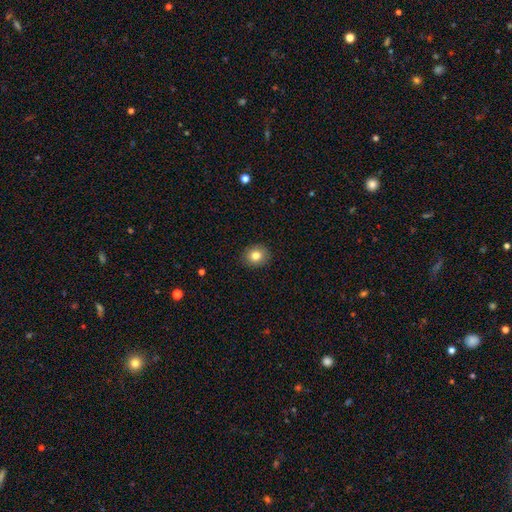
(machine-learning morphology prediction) This appears to be a smooth galaxy with no disk features (81%) that is round (76%). Merging: none (90%).